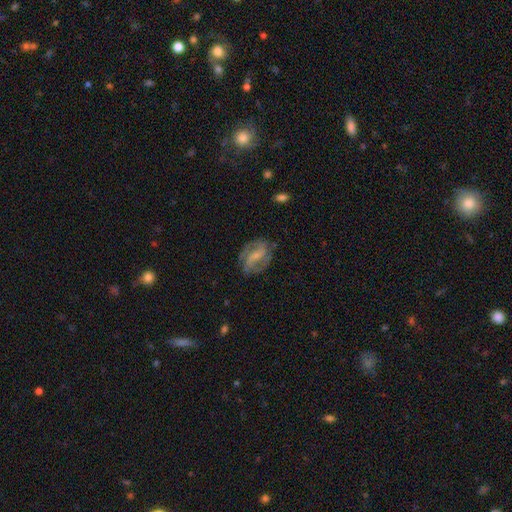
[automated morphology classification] type=featured or disk (79%); edge-on=no (97%); bar=weak (46%); spiral arms=yes (93%); winding=medium (50%); arm count=2 (76%); bulge=small (55%); merging=none (73%).